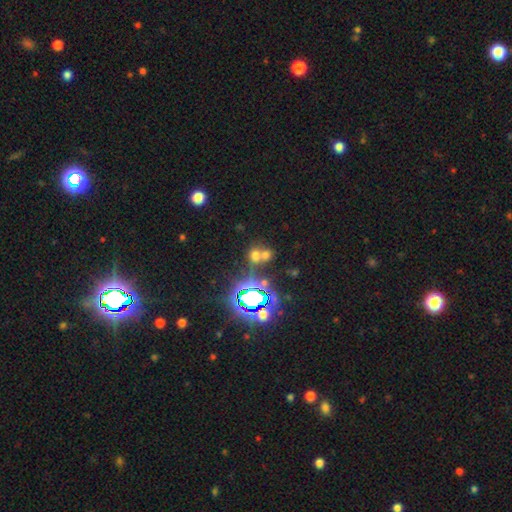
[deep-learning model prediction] smooth_or_featured: smooth (p=0.49) [alt: star or artifact p=0.38]
merging: merger (p=0.47) [alt: none p=0.42]